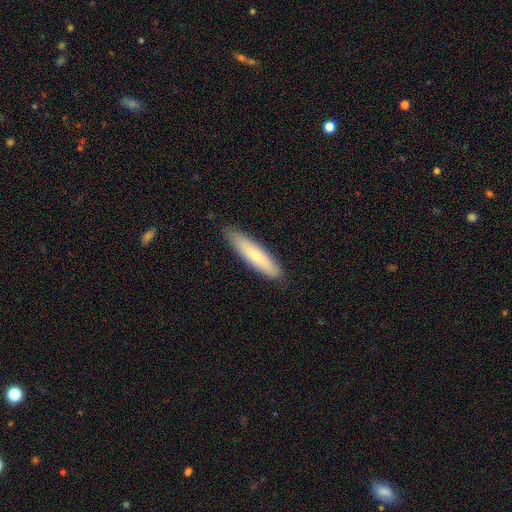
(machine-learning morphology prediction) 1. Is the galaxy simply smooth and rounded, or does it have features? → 69% smooth, 25% featured or disk, 6% star or artifact.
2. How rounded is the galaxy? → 84% cigar-shaped, 15% in between, 1% round.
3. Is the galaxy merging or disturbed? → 87% none, 10% minor disturbance, 2% major disturbance, 1% merger.